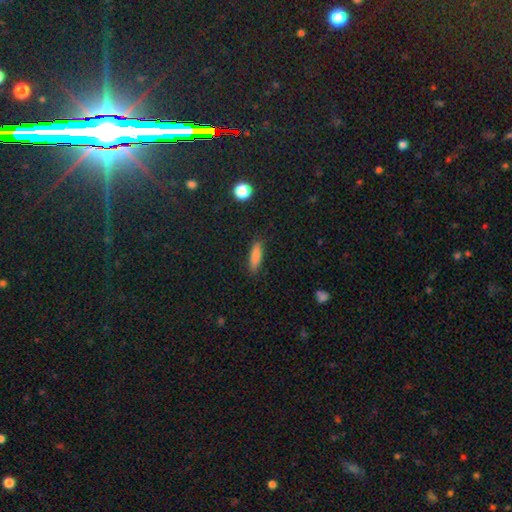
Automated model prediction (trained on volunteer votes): smooth-or-featured: smooth: 84% | star or artifact: 8% | featured or disk: 8%
  how-rounded: cigar-shaped: 60% | in between: 38% | round: 3%
  merging: none: 86% | minor disturbance: 10% | major disturbance: 3% | merger: 1%